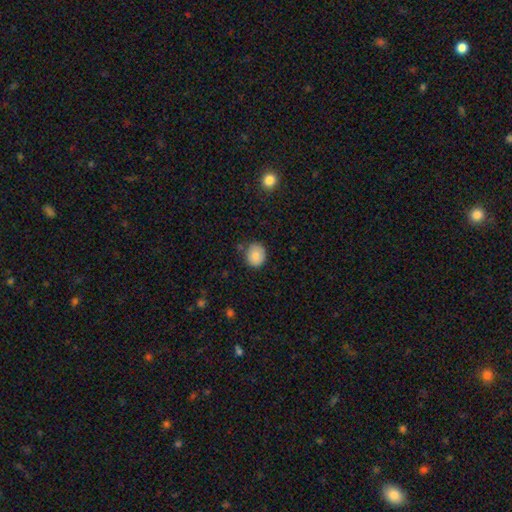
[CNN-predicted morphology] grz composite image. It shows a smooth galaxy with no disk features (83%) that is round (75%). Merging: none (79%).